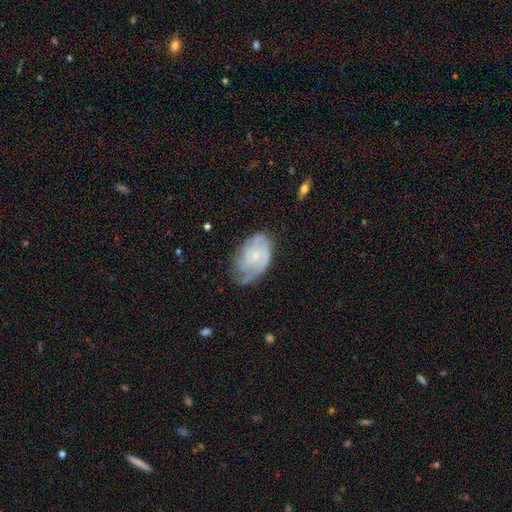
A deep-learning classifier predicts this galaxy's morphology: Smooth or featured: featured or disk — 70% (smooth — 24%)
Edge-on disk: no — 97% (yes — 3%)
Bar: no — 72% (weak — 24%)
Spiral arms: yes — 87% (no — 13%)
Spiral winding: tight — 51% (medium — 35%)
Spiral arm count: can't tell — 40% (2 — 26%)
Bulge size: small — 74% (moderate — 17%)
Merging: none — 53% (minor disturbance — 30%)